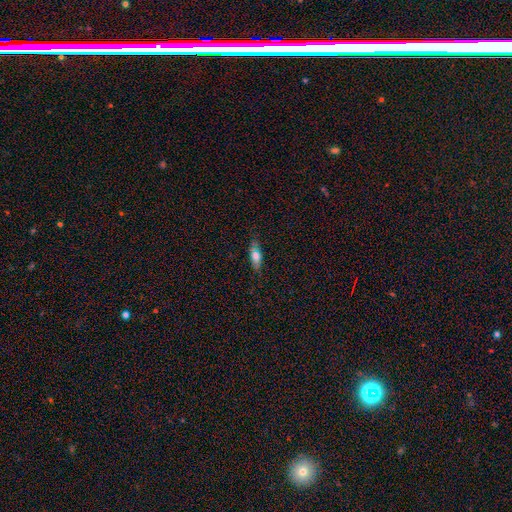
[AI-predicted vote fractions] smooth-or-featured: smooth: 66% | featured or disk: 23% | star or artifact: 10%
  how-rounded: in between: 66% | cigar-shaped: 30% | round: 4%
  merging: none: 74% | minor disturbance: 19% | major disturbance: 4% | merger: 3%